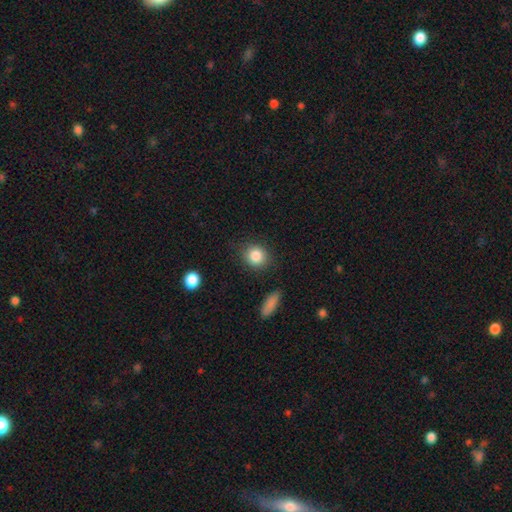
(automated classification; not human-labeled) A smooth galaxy with no disk features (86%) that is round (79%).

Vote fractions:
- Smooth or featured? smooth: 86% / star or artifact: 9% / featured or disk: 6%
- How rounded? round: 79% / in between: 19% / cigar-shaped: 1%
- Merging? none: 84% / minor disturbance: 10% / major disturbance: 3% / merger: 2%